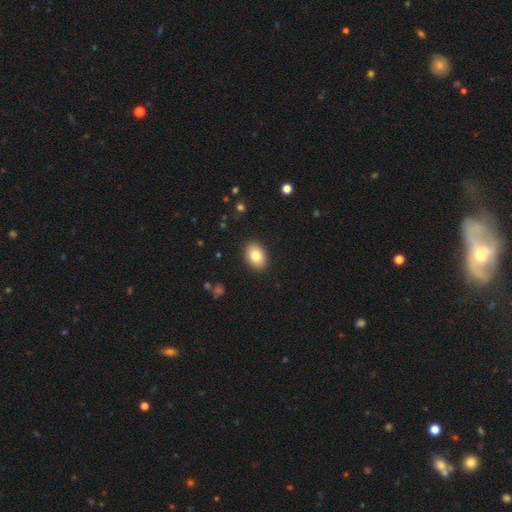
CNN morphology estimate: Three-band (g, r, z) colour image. It shows a smooth galaxy with no disk features (82%) that is in between round and cigar-shaped (79%). Merging: none (90%).